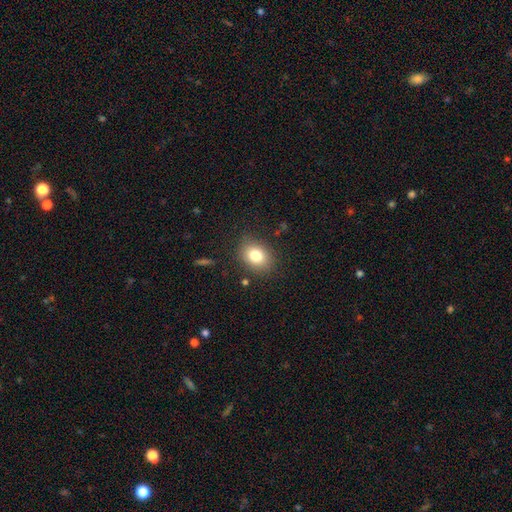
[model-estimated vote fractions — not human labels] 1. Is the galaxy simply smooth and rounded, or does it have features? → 80% smooth, 11% star or artifact, 10% featured or disk.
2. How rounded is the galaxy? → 56% in between, 43% round, 1% cigar-shaped.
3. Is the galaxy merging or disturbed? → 85% none, 10% minor disturbance, 3% major disturbance, 1% merger.